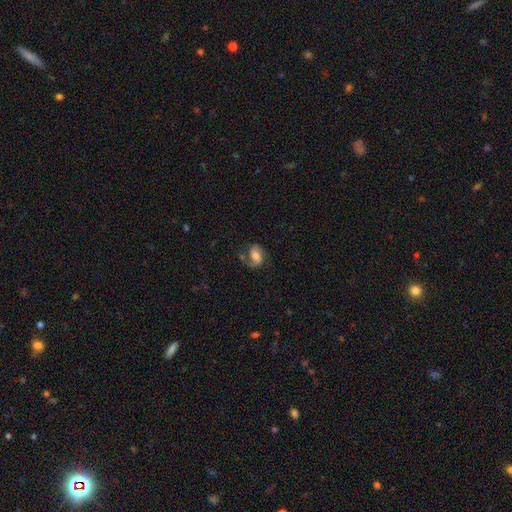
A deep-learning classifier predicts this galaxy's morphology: Q: Smooth or featured?
A: featured or disk (61%); runner-up: smooth (31%)
Q: Edge-on disk?
A: no (97%); runner-up: yes (3%)
Q: Bar?
A: weak (40%); runner-up: no (39%)
Q: Spiral arms?
A: yes (89%); runner-up: no (11%)
Q: Spiral winding?
A: medium (46%); runner-up: loose (36%)
Q: Spiral arm count?
A: 2 (72%); runner-up: 1 (20%)
Q: Bulge size?
A: moderate (51%); runner-up: large (23%)
Q: Merging?
A: none (56%); runner-up: minor disturbance (21%)